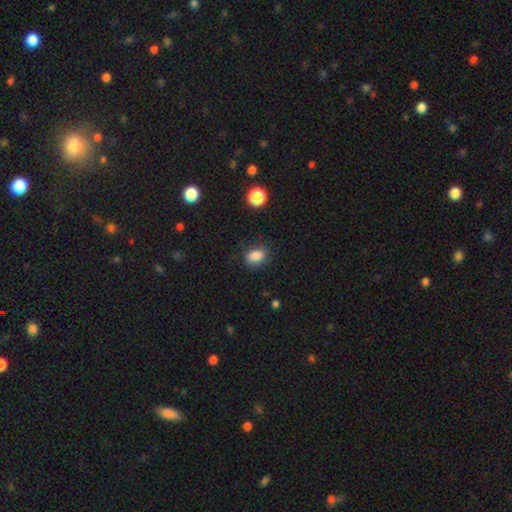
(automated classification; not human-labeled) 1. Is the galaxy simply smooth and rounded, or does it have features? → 85% smooth, 10% star or artifact, 5% featured or disk.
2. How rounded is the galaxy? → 81% in between, 18% round, 2% cigar-shaped.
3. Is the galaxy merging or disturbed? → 79% none, 16% minor disturbance, 4% major disturbance, 2% merger.